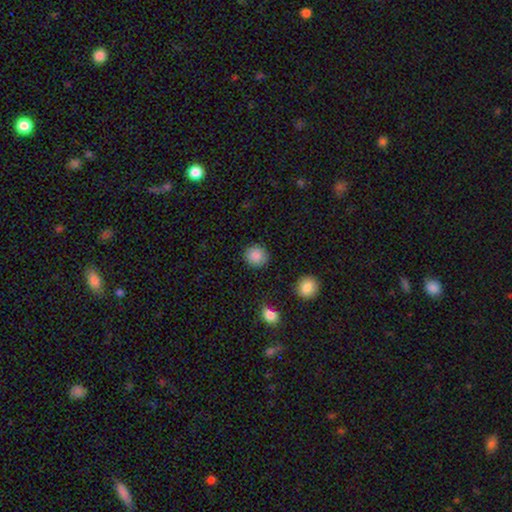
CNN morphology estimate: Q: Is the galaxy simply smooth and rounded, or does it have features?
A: smooth — 87%.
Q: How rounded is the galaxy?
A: round — 89%.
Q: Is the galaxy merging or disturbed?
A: none — 88%.